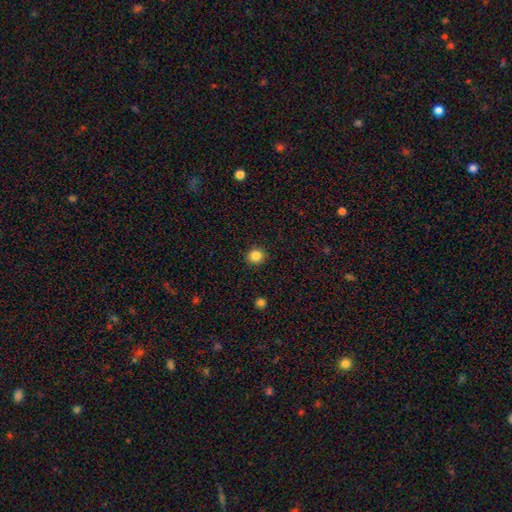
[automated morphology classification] smooth_or_featured: smooth (p=0.85) [alt: star or artifact p=0.11]
how_rounded: round (p=0.88) [alt: in between p=0.11]
merging: none (p=0.91) [alt: minor disturbance p=0.06]